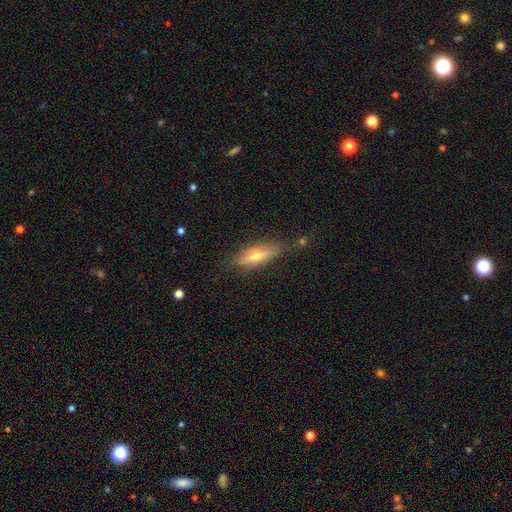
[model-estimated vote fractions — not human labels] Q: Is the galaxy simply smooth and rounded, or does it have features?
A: featured or disk — 51%.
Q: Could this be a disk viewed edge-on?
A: yes — 86%.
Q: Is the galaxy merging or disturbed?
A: none — 73%.